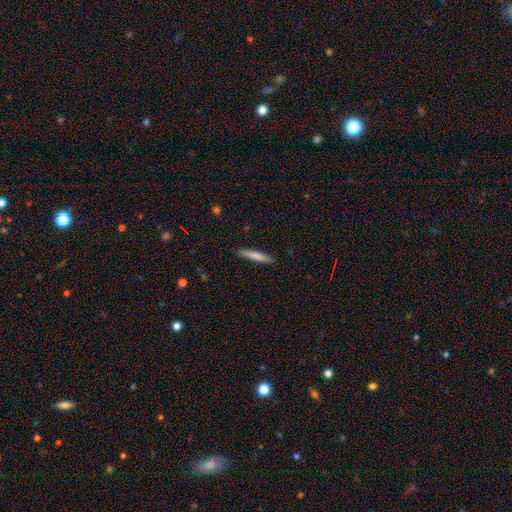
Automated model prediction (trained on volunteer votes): smooth-or-featured: smooth: 76% | featured or disk: 18% | star or artifact: 6%
  how-rounded: cigar-shaped: 93% | in between: 6% | round: 1%
  merging: none: 89% | minor disturbance: 8% | major disturbance: 2% | merger: 1%